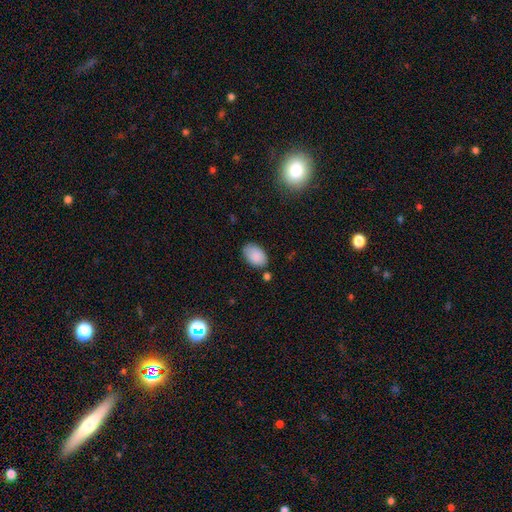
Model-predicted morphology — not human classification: Smooth or featured?
  - smooth: 88% *
  - star or artifact: 7%
  - featured or disk: 5%
How rounded?
  - in between: 92% *
  - round: 7%
  - cigar-shaped: 1%
Merging?
  - none: 75% *
  - minor disturbance: 17%
  - merger: 4%
  - major disturbance: 4%